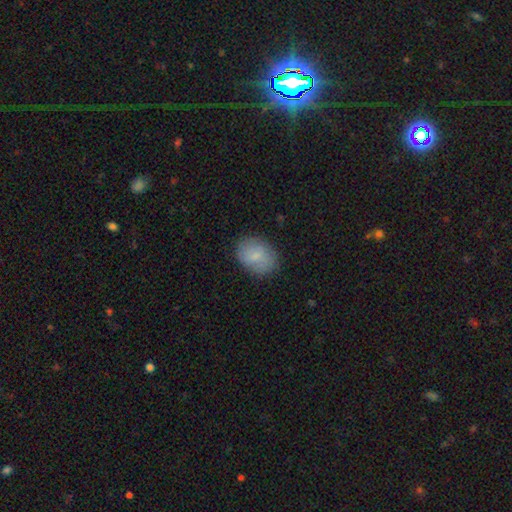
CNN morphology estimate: The model was most divided on "how rounded": in between: 72%, round: 27%, cigar-shaped: 1%. More confident: merging — none (80%); smooth or featured — smooth (79%).